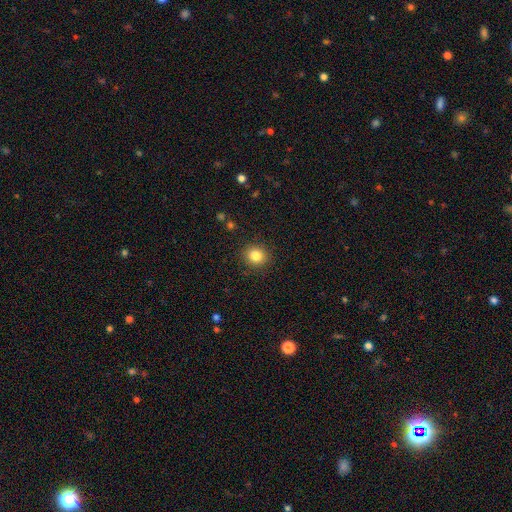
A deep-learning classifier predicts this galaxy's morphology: smooth 83%, star or artifact 11%, featured or disk 6%. Down the decision tree: how rounded — round (82%); merging — none (90%).